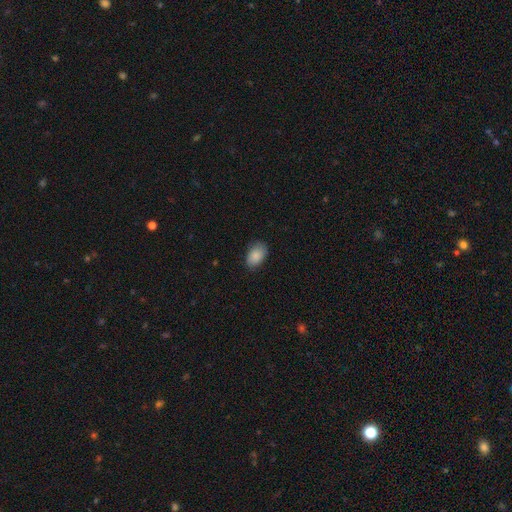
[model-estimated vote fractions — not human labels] Smooth or featured? Predicted: smooth (p=0.88). How rounded? Predicted: in between (p=0.90). Merging? Predicted: none (p=0.81).